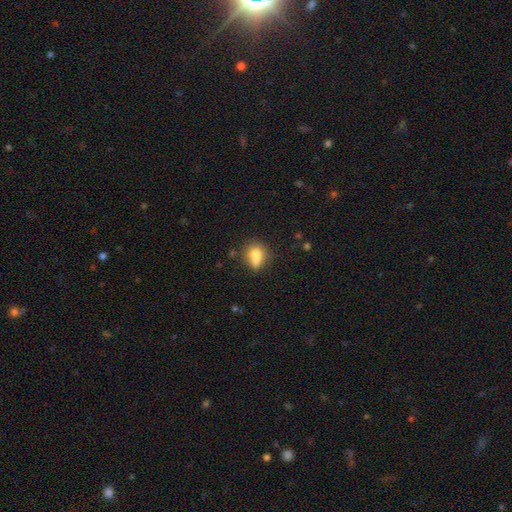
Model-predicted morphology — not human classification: Smooth or featured? Predicted: smooth (p=0.79). How rounded? Predicted: in between (p=0.59). Merging? Predicted: none (p=0.53).